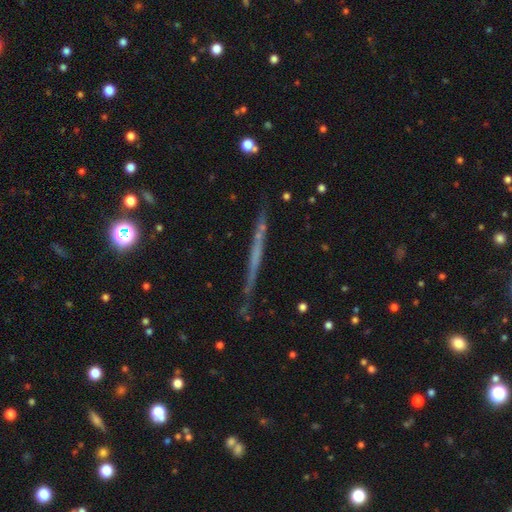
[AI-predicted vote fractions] smooth-or-featured: featured or disk: 57% | smooth: 33% | star or artifact: 9%
  disk-edge-on: yes: 96% | no: 4%
    edge-on-bulge: none: 87% | rounded: 8% | boxy: 5%
  merging: none: 81% | minor disturbance: 13% | major disturbance: 3% | merger: 3%